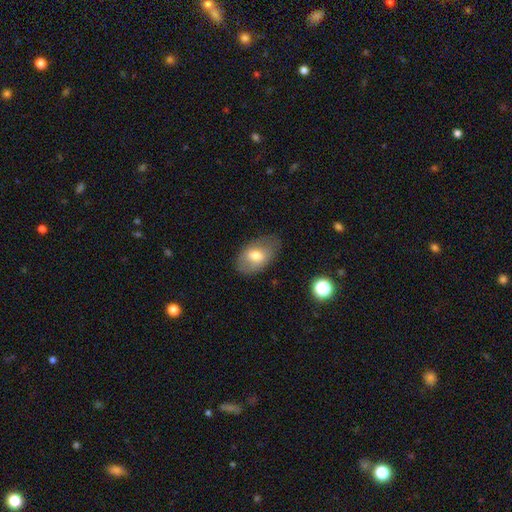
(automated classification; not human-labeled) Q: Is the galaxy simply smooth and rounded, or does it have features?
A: smooth — 64%.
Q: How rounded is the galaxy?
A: in between — 88%.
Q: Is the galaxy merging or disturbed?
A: none — 70%.